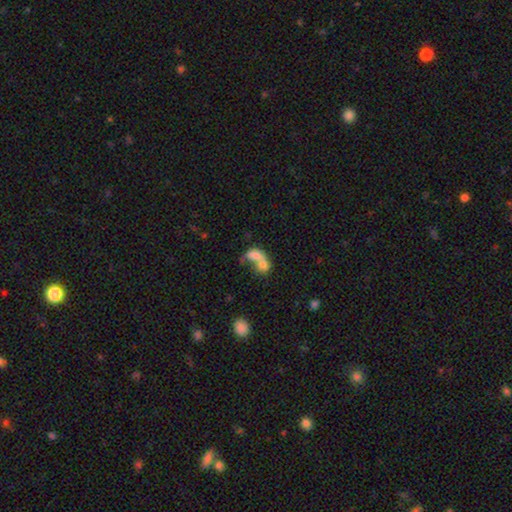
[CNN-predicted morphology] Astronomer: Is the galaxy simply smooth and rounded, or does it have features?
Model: smooth — 68%.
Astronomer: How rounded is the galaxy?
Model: in between — 73%.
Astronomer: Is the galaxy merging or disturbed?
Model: merger — 72%.